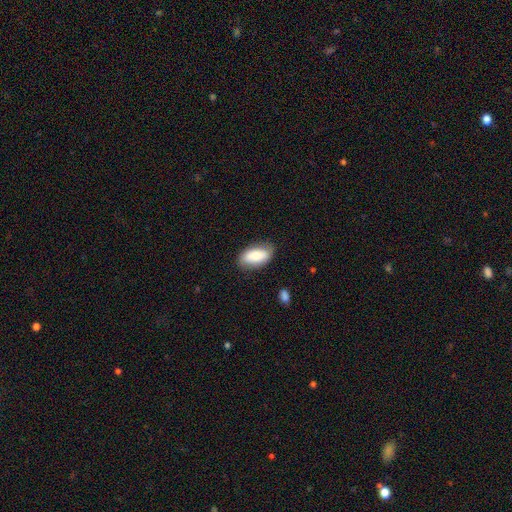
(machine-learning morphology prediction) Smooth or featured?
  - smooth: 75% *
  - featured or disk: 18%
  - star or artifact: 6%
How rounded?
  - in between: 93% *
  - round: 4%
  - cigar-shaped: 3%
Merging?
  - none: 76% *
  - minor disturbance: 18%
  - major disturbance: 4%
  - merger: 2%